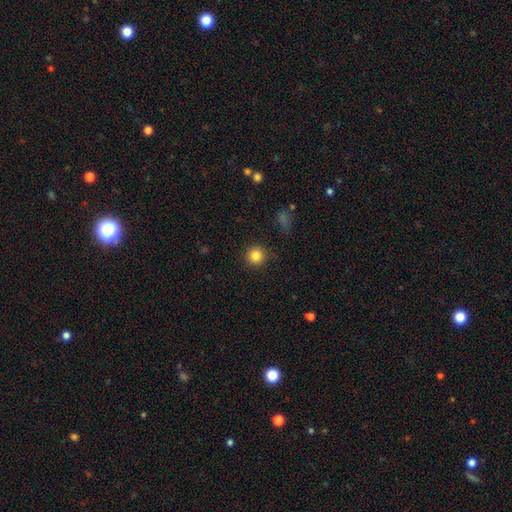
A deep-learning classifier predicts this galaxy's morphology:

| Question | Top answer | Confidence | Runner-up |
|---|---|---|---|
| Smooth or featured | smooth | 83% | star or artifact (11%) |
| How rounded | round | 94% | in between (5%) |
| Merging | none | 89% | minor disturbance (7%) |